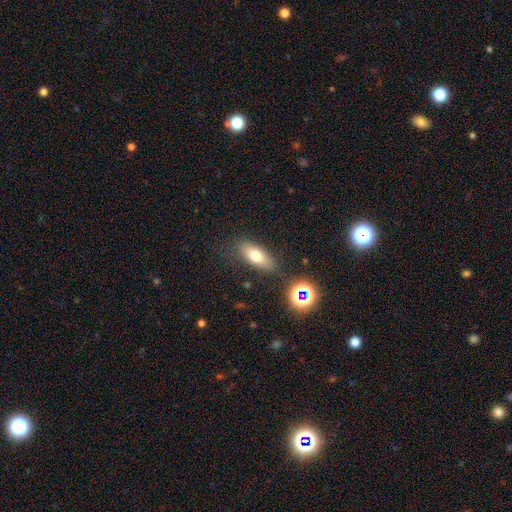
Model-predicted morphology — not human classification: A smooth galaxy with no disk features (70%) that is in between round and cigar-shaped (70%). Merging: none (78%).